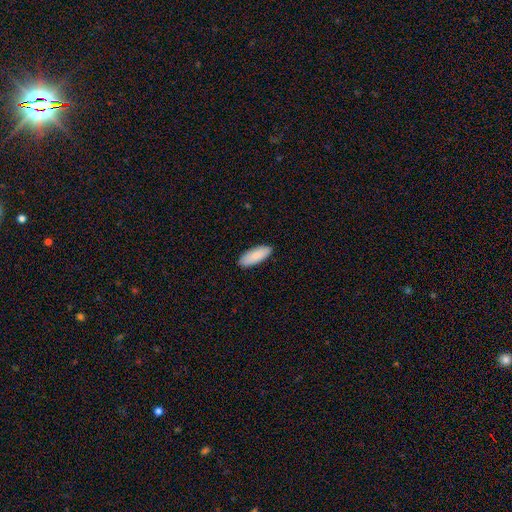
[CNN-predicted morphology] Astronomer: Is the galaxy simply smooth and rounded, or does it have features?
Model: smooth — 90%.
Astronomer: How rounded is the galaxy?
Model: in between — 74%.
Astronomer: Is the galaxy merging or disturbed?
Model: none — 89%.